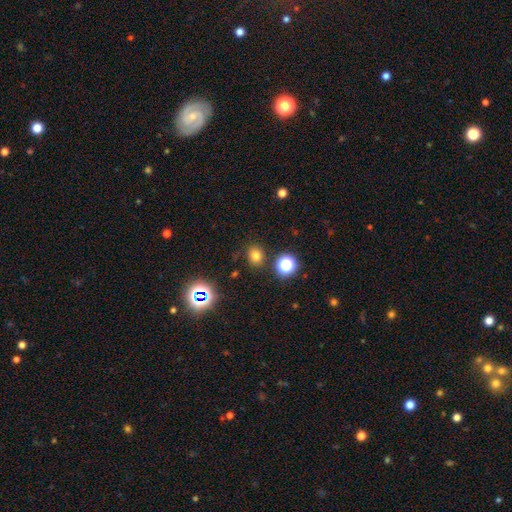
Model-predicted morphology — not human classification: A smooth galaxy with no disk features (73%) that is round (73%).

Vote fractions:
- Smooth or featured? smooth: 73% / star or artifact: 20% / featured or disk: 7%
- How rounded? round: 73% / in between: 26% / cigar-shaped: 1%
- Merging? none: 84% / minor disturbance: 9% / merger: 4% / major disturbance: 3%